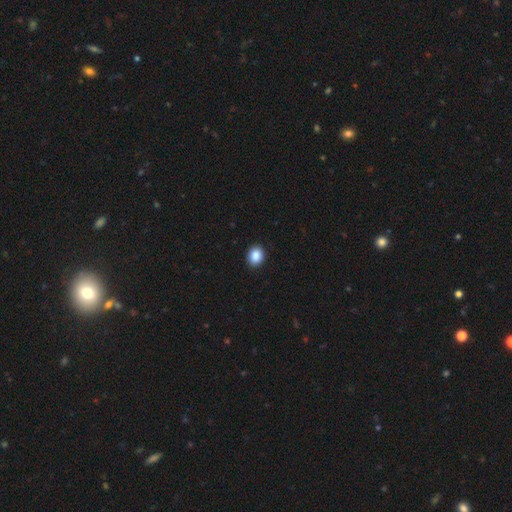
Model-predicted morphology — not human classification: This appears to be a smooth galaxy with no disk features (89%) that is in between round and cigar-shaped (50%). Merging: none (91%).